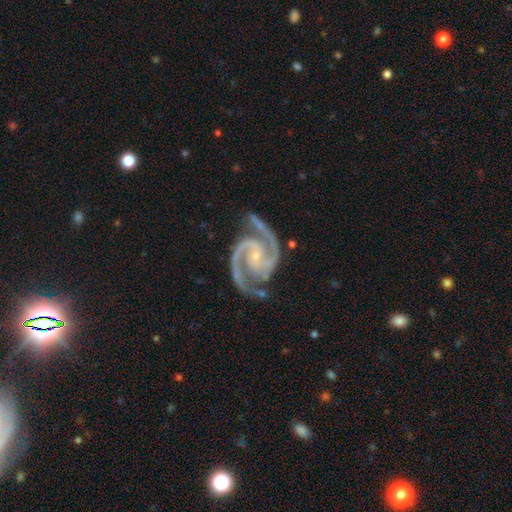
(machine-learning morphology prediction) type=featured or disk (95%); edge-on=no (98%); bar=no (56%); spiral arms=yes (99%); winding=medium (58%); arm count=2 (93%); bulge=small (83%); merging=none (74%).